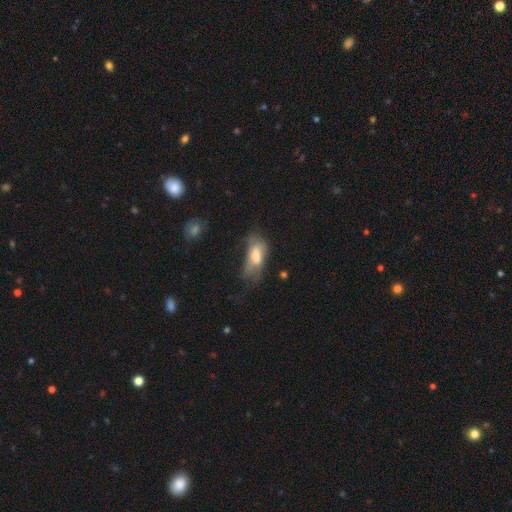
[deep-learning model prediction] Smooth or featured: smooth — 60% (featured or disk — 32%)
How rounded: in between — 85% (cigar-shaped — 12%)
Merging: none — 34% (major disturbance — 32%)